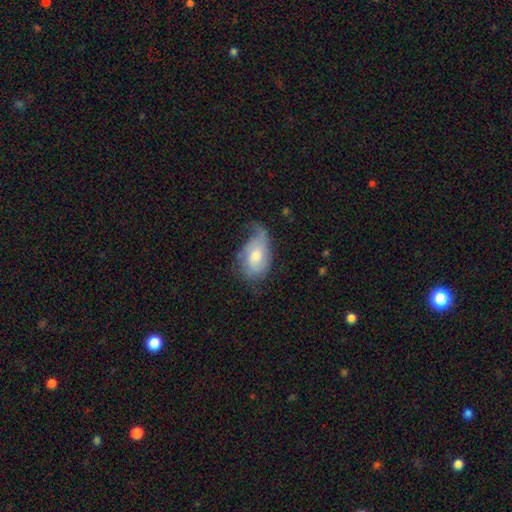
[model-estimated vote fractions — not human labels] Smooth or featured? smooth (50%)
Merging? minor disturbance (36%)